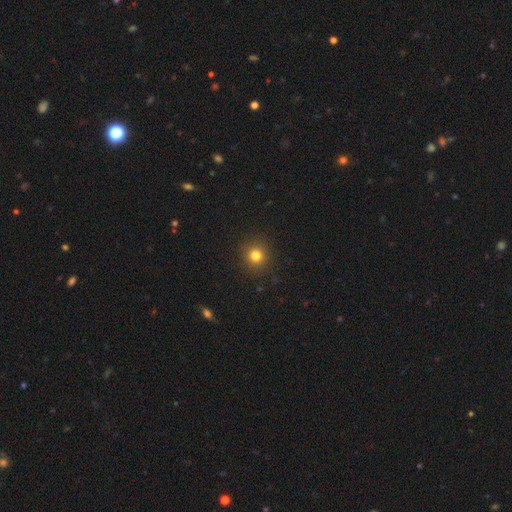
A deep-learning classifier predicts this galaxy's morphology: Q: Smooth or featured?
A: smooth (80%); runner-up: star or artifact (14%)
Q: How rounded?
A: round (91%); runner-up: in between (8%)
Q: Merging?
A: none (91%); runner-up: minor disturbance (6%)